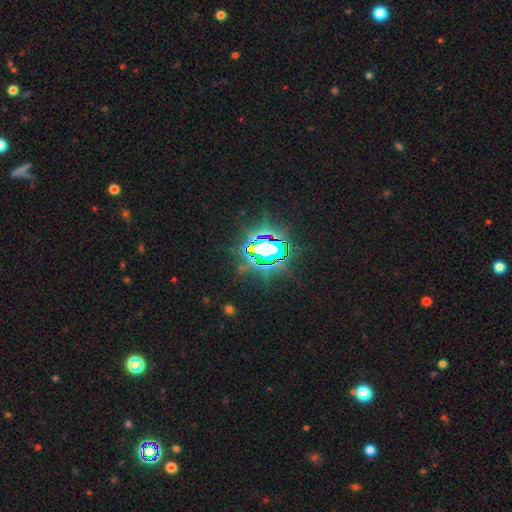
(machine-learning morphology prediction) Smooth or featured? star or artifact (84%)